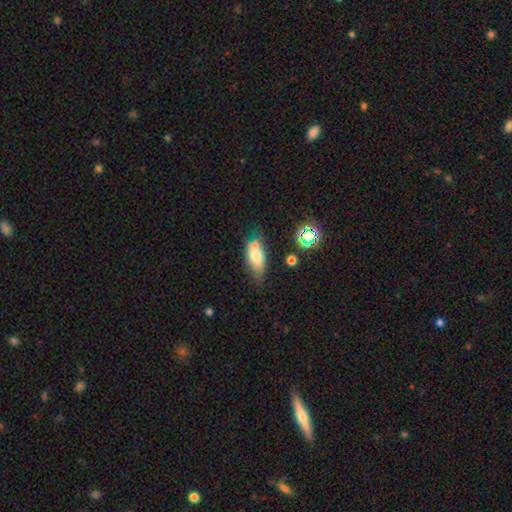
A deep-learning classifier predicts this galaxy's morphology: smooth 67%, featured or disk 22%, star or artifact 11%. Down the decision tree: how rounded — in between (82%); merging — none (53%).